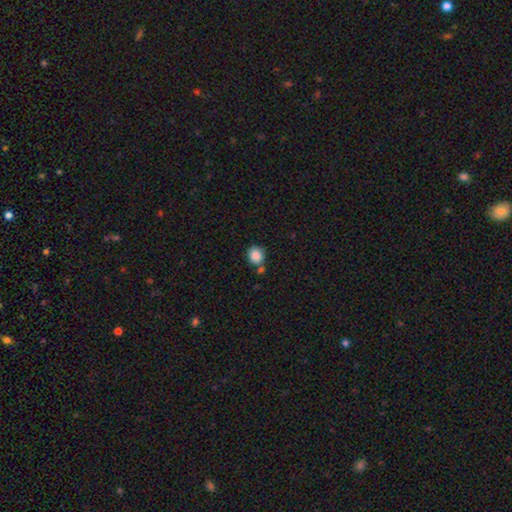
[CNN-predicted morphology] Overall: smooth (87%). How rounded: round (83%). Merging: none (69%).